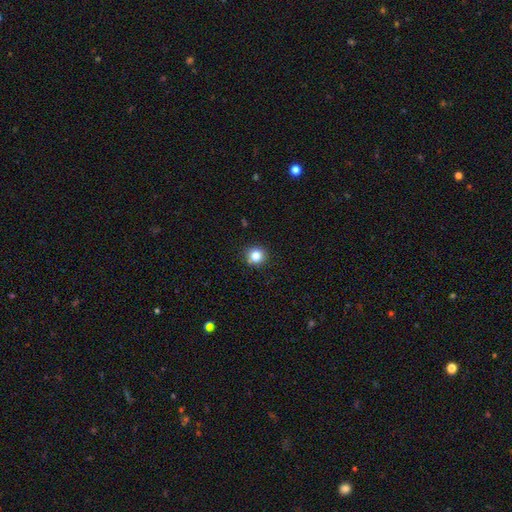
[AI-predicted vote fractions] This is clearly a smooth galaxy (80%). How rounded: clearly round (92%). Merging: clearly none (89%).